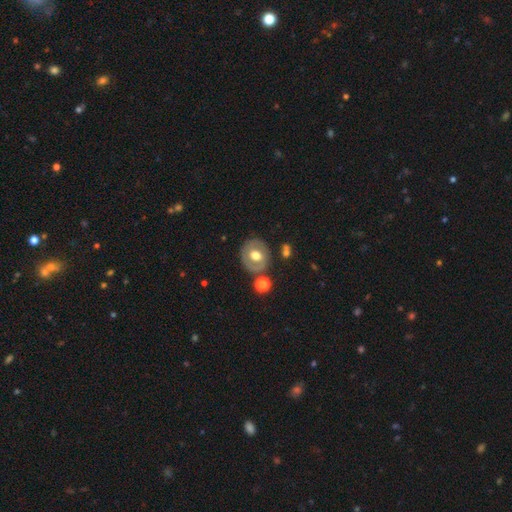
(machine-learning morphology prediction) A featured or disk galaxy (48%). Merging: none (77%).